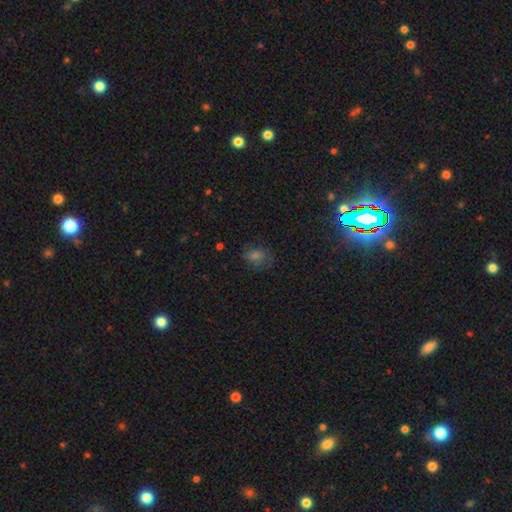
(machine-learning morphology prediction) Q: Smooth or featured?
A: smooth (55%); runner-up: star or artifact (31%)
Q: How rounded?
A: in between (59%); runner-up: round (39%)
Q: Merging?
A: none (67%); runner-up: minor disturbance (21%)